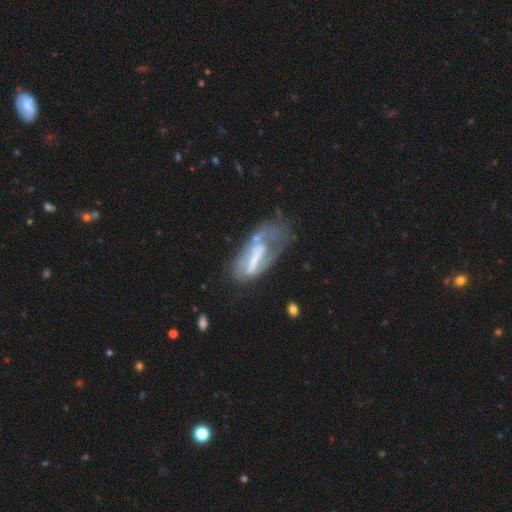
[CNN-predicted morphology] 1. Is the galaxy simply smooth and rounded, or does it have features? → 67% featured or disk, 25% smooth, 8% star or artifact.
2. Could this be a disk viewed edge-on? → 88% no, 12% yes.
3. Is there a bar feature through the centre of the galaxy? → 54% strong, 27% weak, 19% no.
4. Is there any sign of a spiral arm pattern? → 53% yes, 47% no.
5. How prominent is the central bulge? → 36% none, 27% moderate, 26% small, 9% large, 2% dominant.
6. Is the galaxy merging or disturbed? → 36% major disturbance, 31% none, 25% minor disturbance, 8% merger.